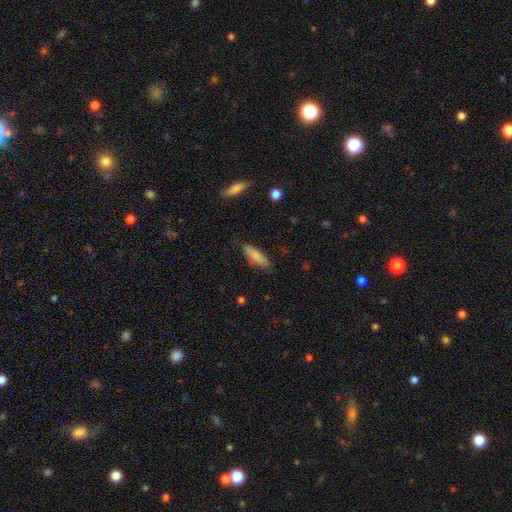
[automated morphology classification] type=smooth (79%); roundness=cigar-shaped (55%); merging=none (77%).